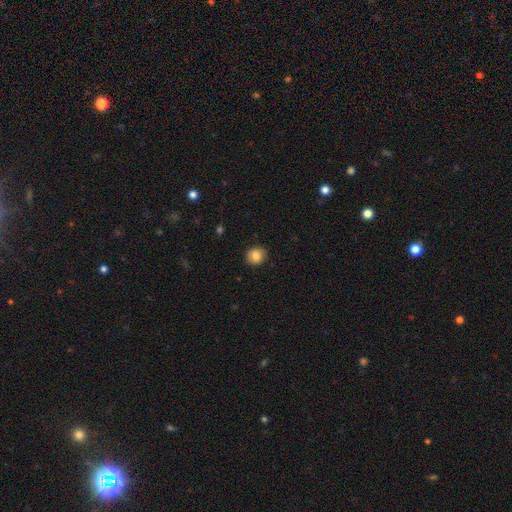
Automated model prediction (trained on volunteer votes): A smooth galaxy with no disk features (84%) that is round (85%). Merging: none (90%).